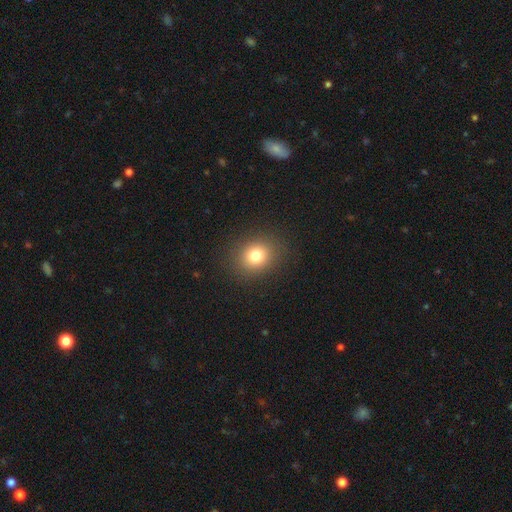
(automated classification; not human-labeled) smooth-or-featured: smooth: 79% | star or artifact: 13% | featured or disk: 8%
  how-rounded: round: 68% | in between: 31% | cigar-shaped: 1%
  merging: none: 89% | minor disturbance: 7% | major disturbance: 3% | merger: 1%